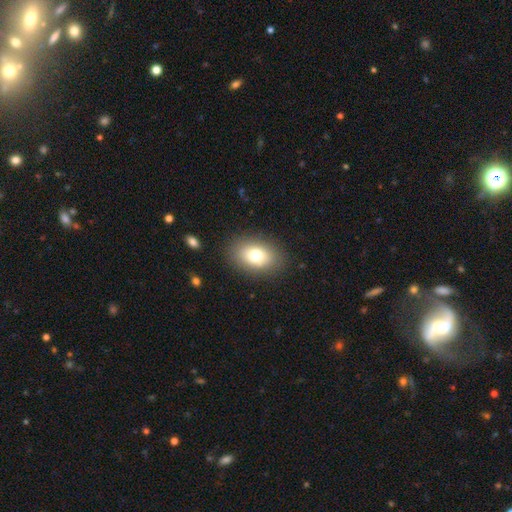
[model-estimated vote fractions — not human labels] This appears to be a smooth galaxy with no disk features (75%) that is in between round and cigar-shaped (82%). Merging: none (85%).